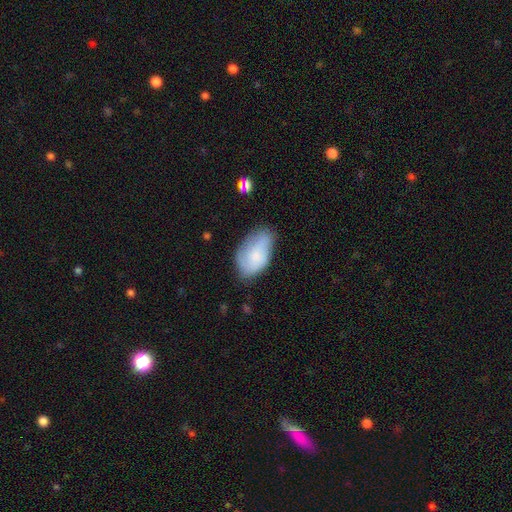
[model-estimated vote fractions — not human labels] Smooth or featured: smooth — 67% (featured or disk — 26%)
How rounded: in between — 92% (round — 6%)
Merging: none — 49% (minor disturbance — 34%)